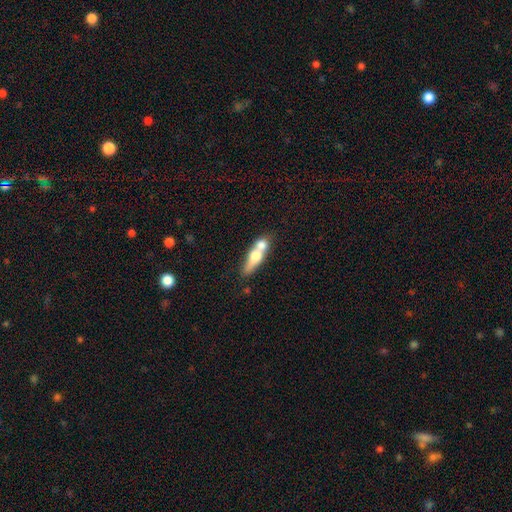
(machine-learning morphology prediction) Smooth or featured: smooth — 56% (featured or disk — 37%)
How rounded: cigar-shaped — 47% (in between — 41%)
Merging: merger — 57% (none — 29%)